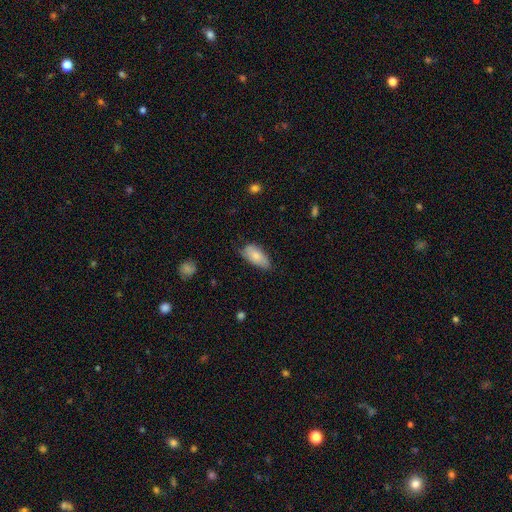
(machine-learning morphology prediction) A smooth galaxy with no disk features (75%) that is in between round and cigar-shaped (91%). Merging: none (59%).